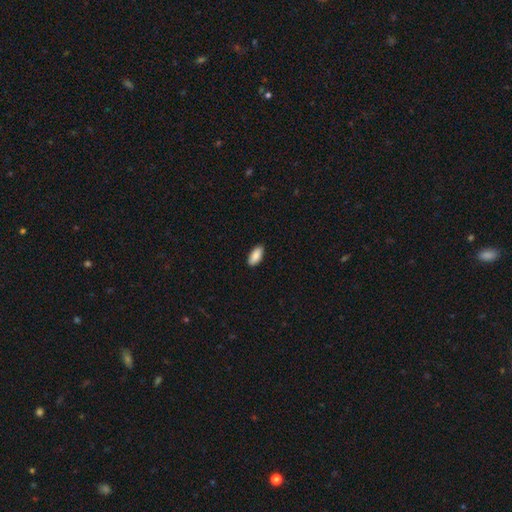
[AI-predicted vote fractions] A smooth galaxy with no disk features (88%) that is in between round and cigar-shaped (91%). Merging: none (89%).